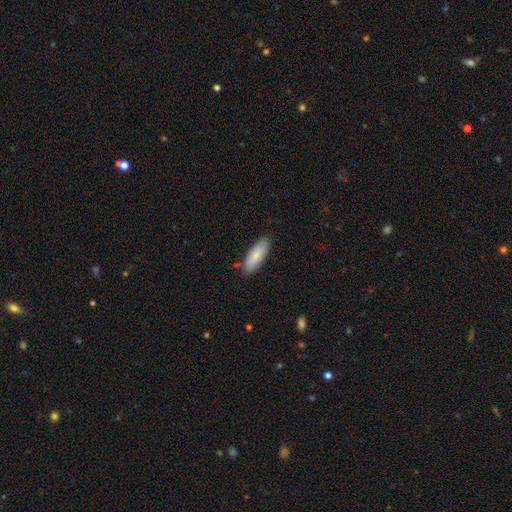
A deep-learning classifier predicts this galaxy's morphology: smooth 83%, featured or disk 11%, star or artifact 6%. Down the decision tree: how rounded — in between (68%); merging — none (82%).